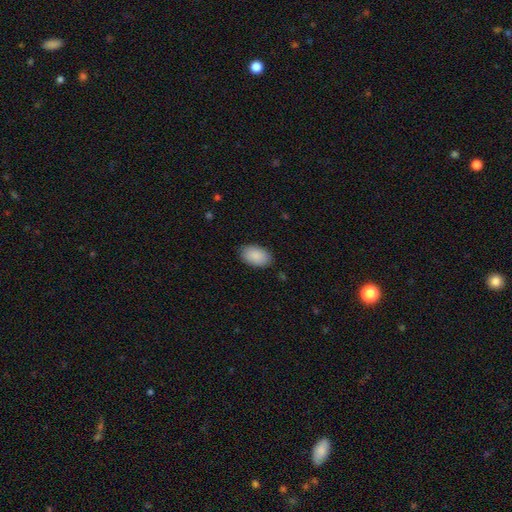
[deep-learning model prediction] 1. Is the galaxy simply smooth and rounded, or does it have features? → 90% smooth, 6% star or artifact, 4% featured or disk.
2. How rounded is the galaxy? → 94% in between, 4% round, 1% cigar-shaped.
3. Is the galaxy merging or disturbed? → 87% none, 10% minor disturbance, 2% major disturbance, 1% merger.